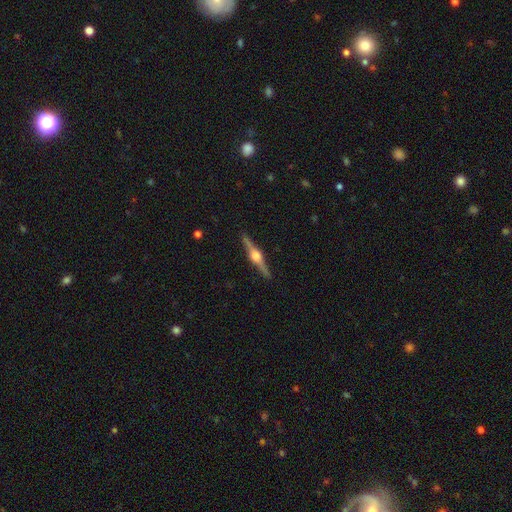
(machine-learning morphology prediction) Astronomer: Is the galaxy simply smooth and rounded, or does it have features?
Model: featured or disk — 85%.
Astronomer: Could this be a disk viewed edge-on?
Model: yes — 98%.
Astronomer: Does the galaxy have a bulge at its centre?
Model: rounded — 92%.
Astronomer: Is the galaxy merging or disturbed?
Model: none — 92%.